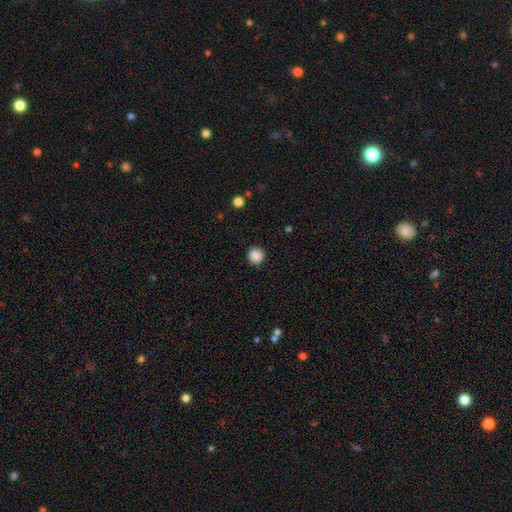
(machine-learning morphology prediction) A smooth galaxy with no disk features (88%) that is round (94%).

Vote fractions:
- Smooth or featured? smooth: 88% / star or artifact: 9% / featured or disk: 3%
- How rounded? round: 94% / in between: 5% / cigar-shaped: 1%
- Merging? none: 92% / minor disturbance: 5% / major disturbance: 2% / merger: 1%